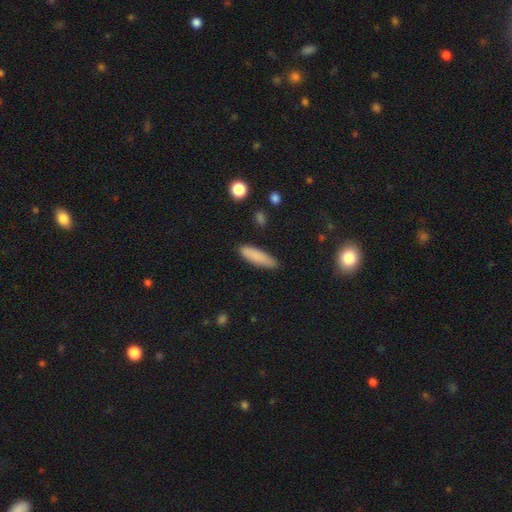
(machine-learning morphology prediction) Smooth or featured: smooth — 85% (featured or disk — 8%)
How rounded: cigar-shaped — 68% (in between — 31%)
Merging: none — 87% (minor disturbance — 10%)